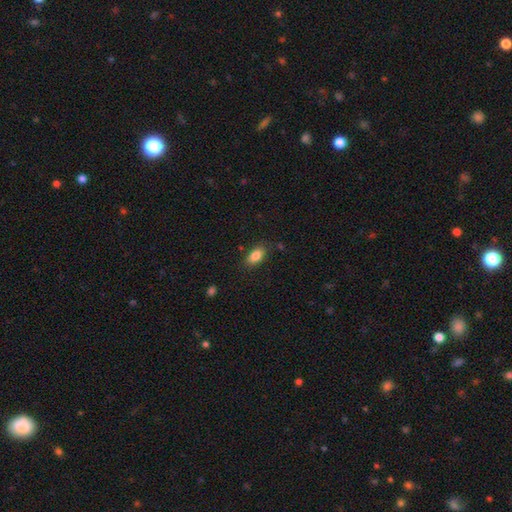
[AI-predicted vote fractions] smooth-or-featured: smooth: 85% | star or artifact: 8% | featured or disk: 7%
  how-rounded: in between: 89% | cigar-shaped: 6% | round: 5%
  merging: none: 82% | minor disturbance: 12% | major disturbance: 3% | merger: 2%